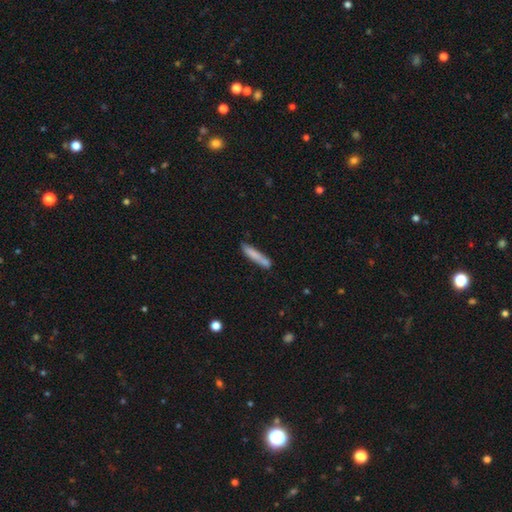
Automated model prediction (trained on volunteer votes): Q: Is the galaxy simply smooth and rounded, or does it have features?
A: smooth — 77%.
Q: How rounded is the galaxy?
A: cigar-shaped — 92%.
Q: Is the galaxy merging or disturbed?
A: none — 74%.